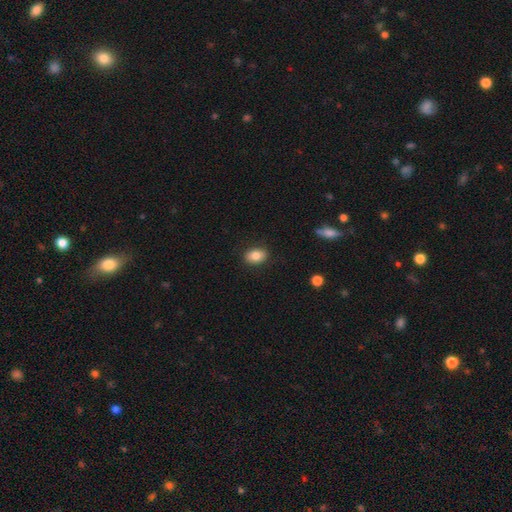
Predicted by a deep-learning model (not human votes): Smooth or featured? Predicted: smooth (p=0.84). How rounded? Predicted: in between (p=0.77). Merging? Predicted: none (p=0.88).